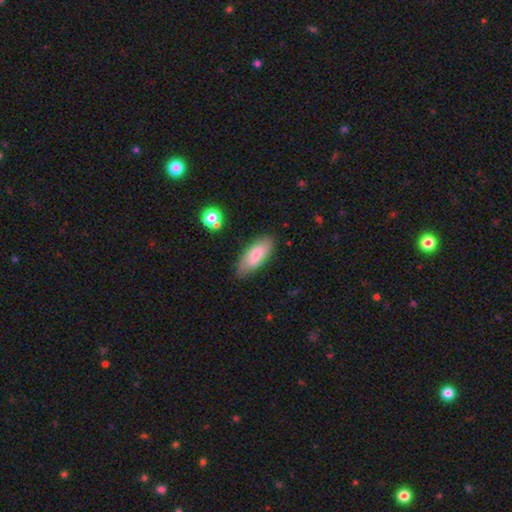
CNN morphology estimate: This appears to be a smooth galaxy with no disk features (67%) that is in between round and cigar-shaped (80%). Merging: none (78%).